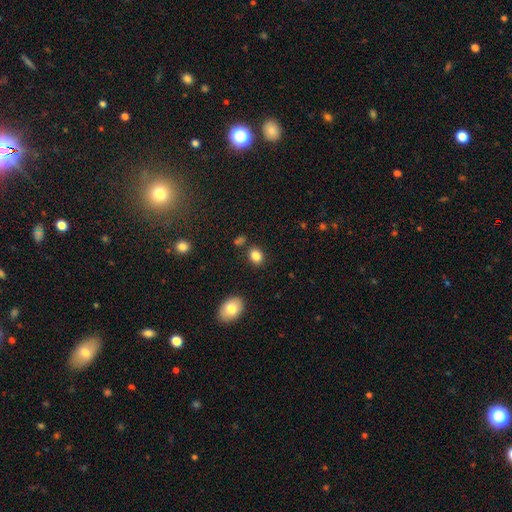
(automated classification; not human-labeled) The model was most divided on "how rounded": in between: 54%, round: 44%, cigar-shaped: 1%. More confident: smooth or featured — smooth (85%); merging — none (83%).